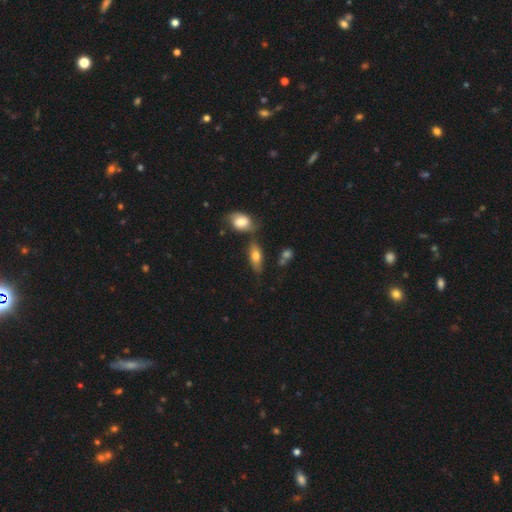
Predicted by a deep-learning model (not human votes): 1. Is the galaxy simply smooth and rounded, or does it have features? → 69% smooth, 23% featured or disk, 8% star or artifact.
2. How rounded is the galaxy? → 78% in between, 18% cigar-shaped, 4% round.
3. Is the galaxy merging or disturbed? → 62% none, 18% minor disturbance, 14% merger, 6% major disturbance.